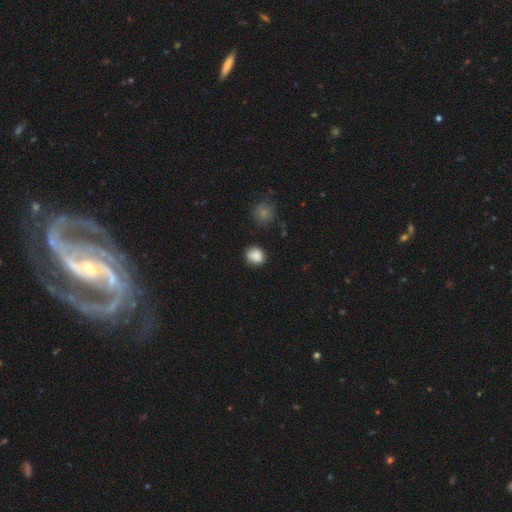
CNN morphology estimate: A smooth galaxy with no disk features (84%) that is round (67%). Merging: none (73%).